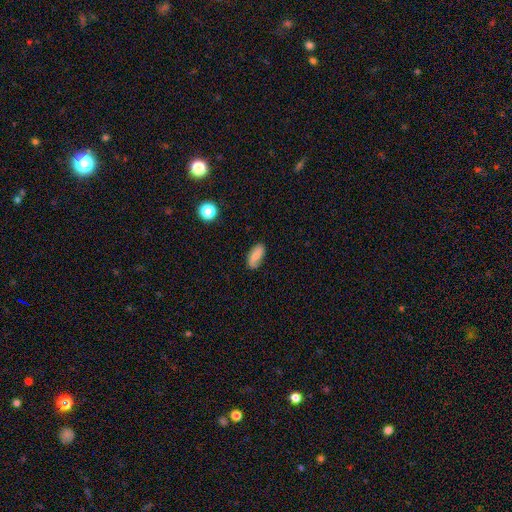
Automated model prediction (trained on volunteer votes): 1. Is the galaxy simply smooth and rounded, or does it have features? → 64% smooth, 27% featured or disk, 9% star or artifact.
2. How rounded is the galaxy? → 86% in between, 10% cigar-shaped, 4% round.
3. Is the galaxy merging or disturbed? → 71% none, 21% minor disturbance, 6% major disturbance, 2% merger.